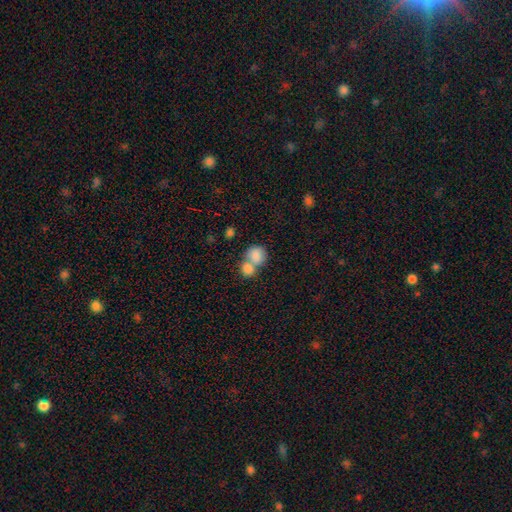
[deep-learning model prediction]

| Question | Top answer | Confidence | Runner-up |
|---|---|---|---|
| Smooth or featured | smooth | 82% | featured or disk (10%) |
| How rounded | round | 67% | in between (32%) |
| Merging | merger | 66% | none (25%) |